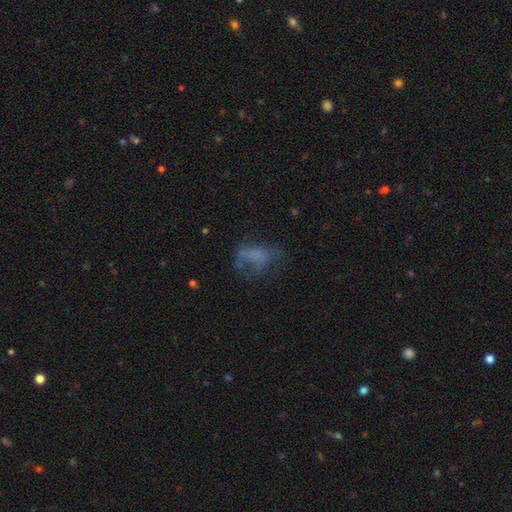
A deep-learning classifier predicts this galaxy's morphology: Smooth or featured?
  - smooth: 48% *
  - featured or disk: 34%
  - star or artifact: 18%
Merging?
  - major disturbance: 40% *
  - none: 34%
  - minor disturbance: 21%
  - merger: 5%